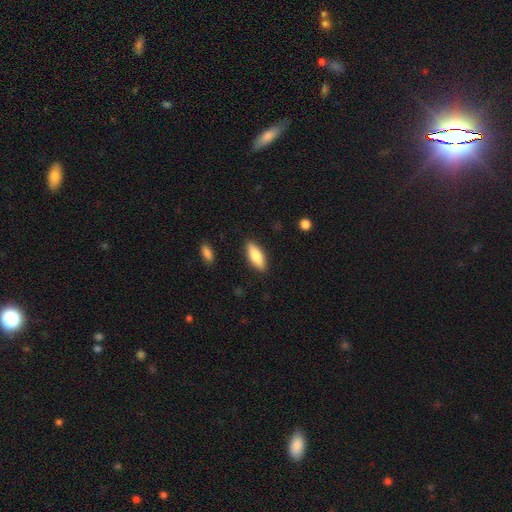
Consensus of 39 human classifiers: Volunteers were most divided on "how rounded": in between: 59%, cigar-shaped: 33%, round: 7%. More confident: merging — none (92%); smooth or featured — smooth (69%).